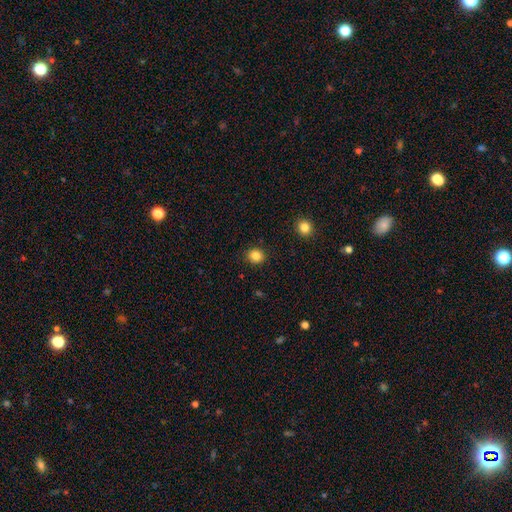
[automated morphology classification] Smooth or featured? Predicted: smooth (p=0.84). How rounded? Predicted: round (p=0.75). Merging? Predicted: none (p=0.90).